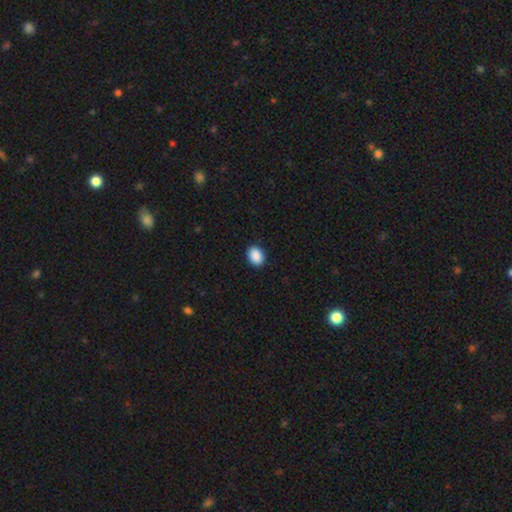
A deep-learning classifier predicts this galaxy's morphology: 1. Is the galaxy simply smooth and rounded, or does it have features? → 90% smooth, 7% star or artifact, 2% featured or disk.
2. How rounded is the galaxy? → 67% in between, 32% round, 1% cigar-shaped.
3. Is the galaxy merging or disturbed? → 91% none, 7% minor disturbance, 2% major disturbance, 1% merger.